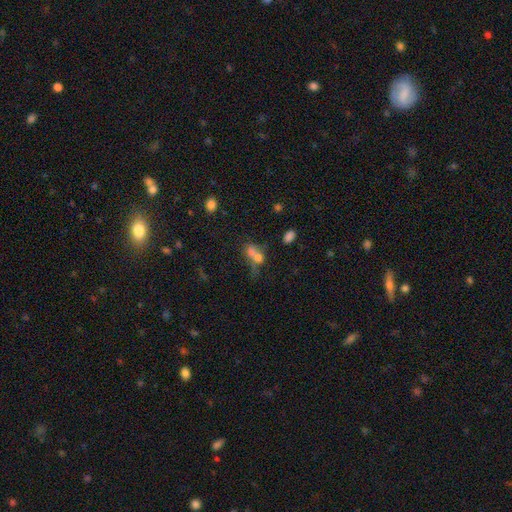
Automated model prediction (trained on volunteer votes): smooth 67%, featured or disk 19%, star or artifact 14%. Down the decision tree: how rounded — in between (50%); merging — merger (67%).